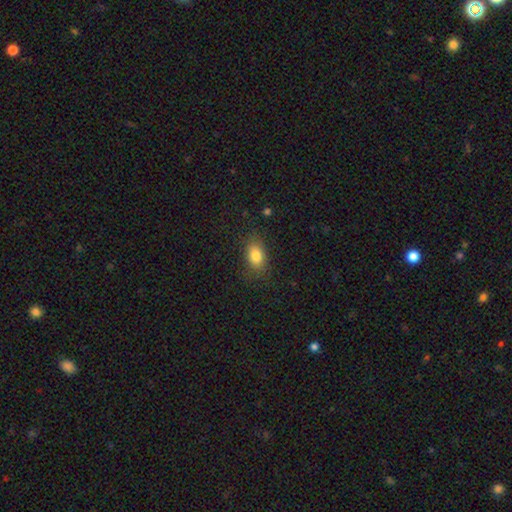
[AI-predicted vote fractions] smooth_or_featured: smooth (p=0.83) [alt: star or artifact p=0.09]
how_rounded: in between (p=0.82) [alt: round p=0.16]
merging: none (p=0.82) [alt: minor disturbance p=0.13]